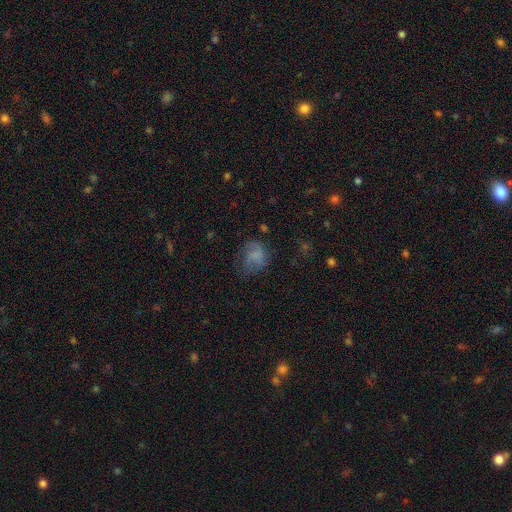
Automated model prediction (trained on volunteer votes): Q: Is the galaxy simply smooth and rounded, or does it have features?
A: smooth — 60%.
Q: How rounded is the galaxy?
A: in between — 50%.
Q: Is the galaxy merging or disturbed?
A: none — 44%.